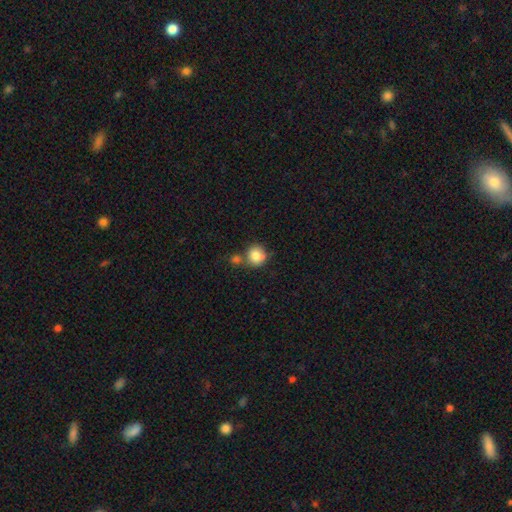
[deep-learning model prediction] Overall: smooth (82%). How rounded: round (89%). Merging: none (56%; merger 26%).